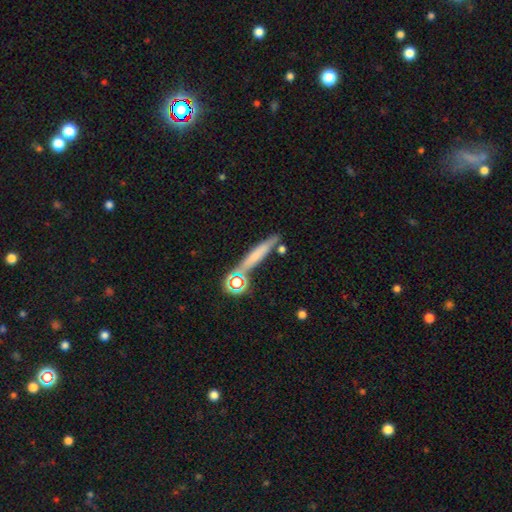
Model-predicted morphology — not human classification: smooth-or-featured: smooth: 58% | featured or disk: 29% | star or artifact: 14%
  how-rounded: cigar-shaped: 87% | in between: 8% | round: 6%
  merging: none: 76% | minor disturbance: 12% | merger: 9% | major disturbance: 4%